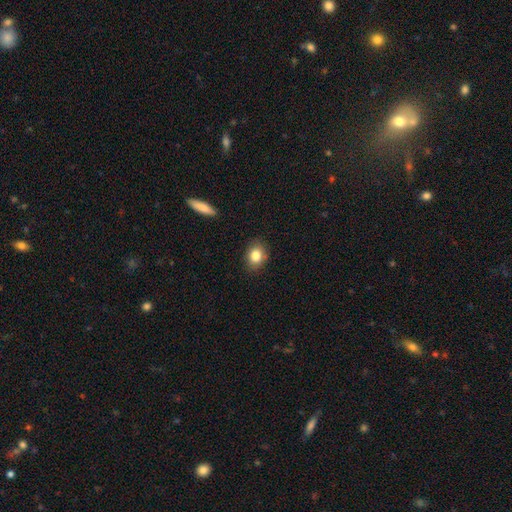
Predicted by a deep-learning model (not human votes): This appears to be a smooth galaxy with no disk features (83%) that is in between round and cigar-shaped (55%). Merging: none (84%).